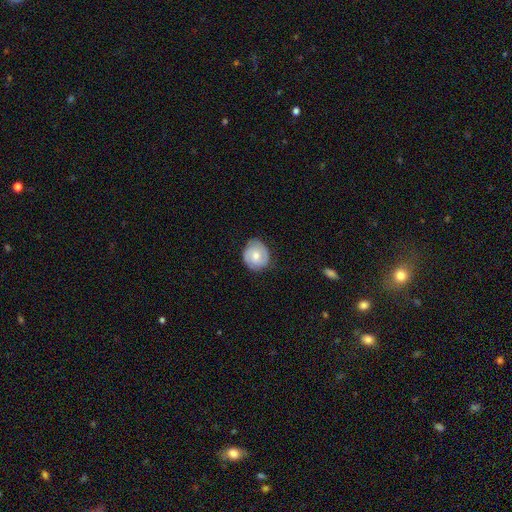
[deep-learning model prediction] Morphology: type=featured or disk (51%); edge-on=no (97%); merging=none (76%).